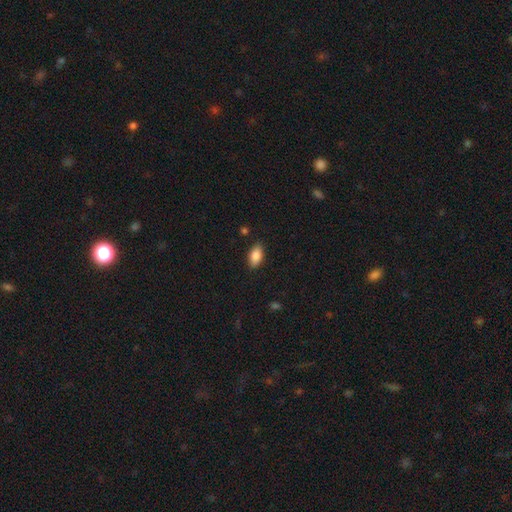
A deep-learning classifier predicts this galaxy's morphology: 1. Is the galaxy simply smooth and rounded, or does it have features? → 86% smooth, 7% star or artifact, 7% featured or disk.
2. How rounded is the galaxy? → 91% in between, 5% cigar-shaped, 4% round.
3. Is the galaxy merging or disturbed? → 85% none, 11% minor disturbance, 2% major disturbance, 1% merger.